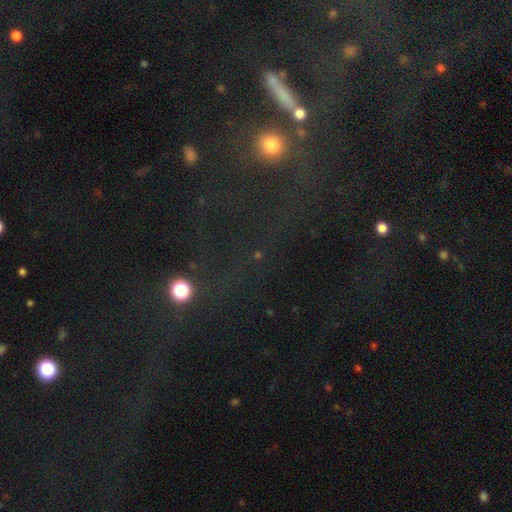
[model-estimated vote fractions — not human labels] Q: Smooth or featured?
A: star or artifact (64%); runner-up: smooth (19%)